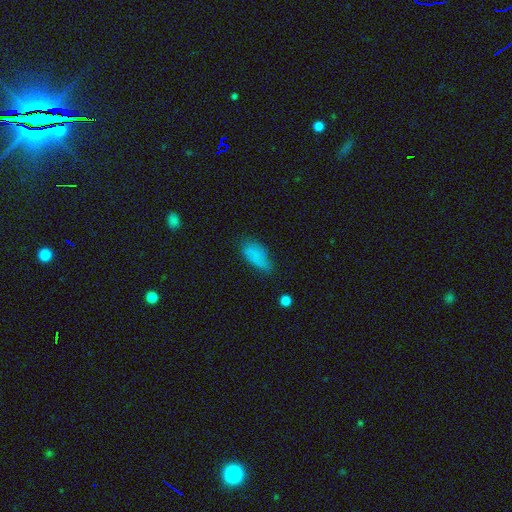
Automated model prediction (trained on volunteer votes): Morphology: type=smooth (80%); roundness=in between (88%); merging=none (56%).